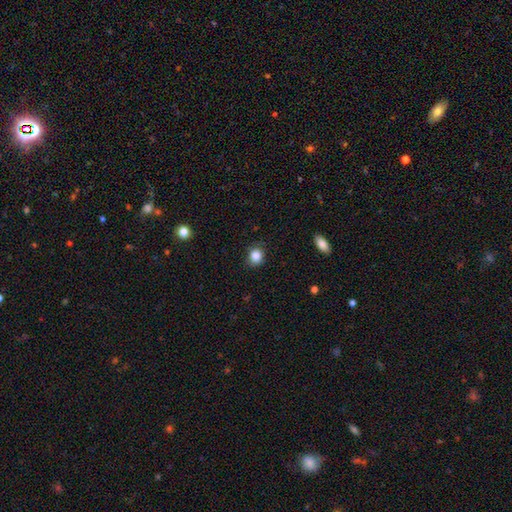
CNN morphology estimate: smooth-or-featured: smooth: 85% | star or artifact: 10% | featured or disk: 5%
  how-rounded: round: 72% | in between: 27% | cigar-shaped: 1%
  merging: none: 84% | minor disturbance: 12% | major disturbance: 3% | merger: 1%